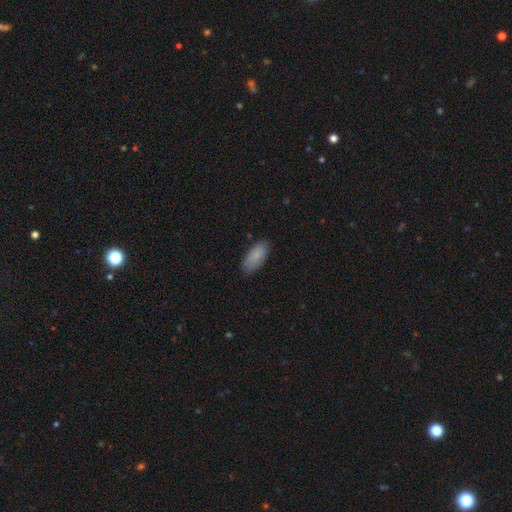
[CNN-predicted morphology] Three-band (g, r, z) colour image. It shows a smooth galaxy with no disk features (87%) that is in between round and cigar-shaped (87%). Merging: none (82%).